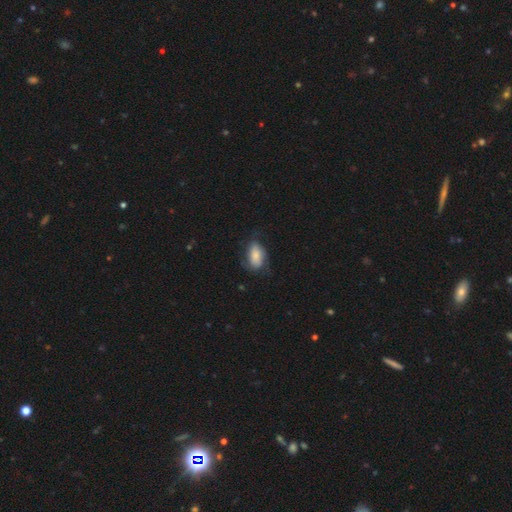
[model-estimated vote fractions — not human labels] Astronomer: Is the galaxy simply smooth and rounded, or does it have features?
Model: smooth — 64%.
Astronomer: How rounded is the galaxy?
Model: in between — 90%.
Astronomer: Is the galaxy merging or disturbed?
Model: none — 55%.